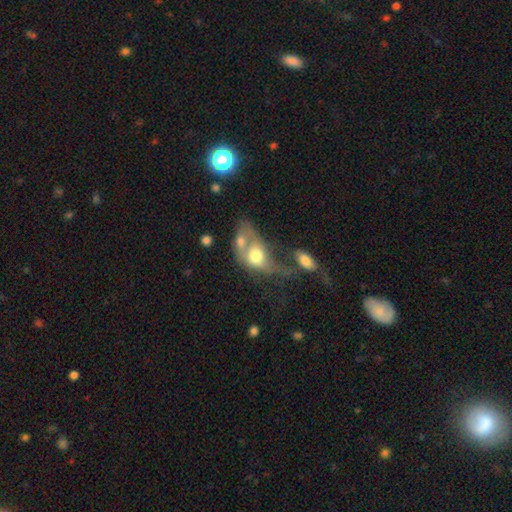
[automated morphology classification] A smooth galaxy with no disk features (58%) that is in between round and cigar-shaped (74%).

Vote fractions:
- Smooth or featured? smooth: 58% / featured or disk: 33% / star or artifact: 9%
- How rounded? in between: 74% / round: 24% / cigar-shaped: 3%
- Merging? merger: 58% / major disturbance: 22% / none: 11% / minor disturbance: 9%